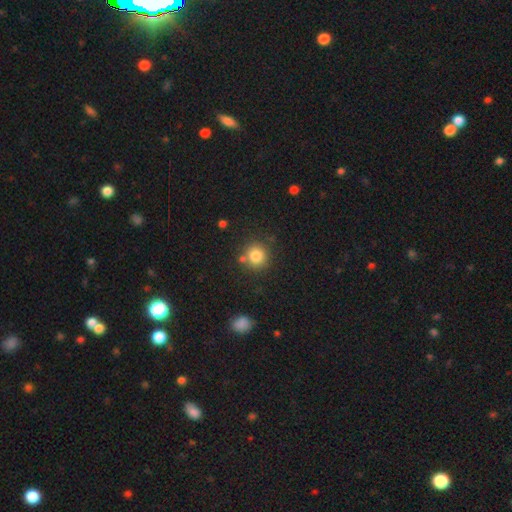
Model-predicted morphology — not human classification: Smooth or featured?
  - smooth: 82% *
  - star or artifact: 11%
  - featured or disk: 7%
How rounded?
  - round: 91% *
  - in between: 8%
  - cigar-shaped: 1%
Merging?
  - none: 78% *
  - minor disturbance: 10%
  - merger: 9%
  - major disturbance: 3%